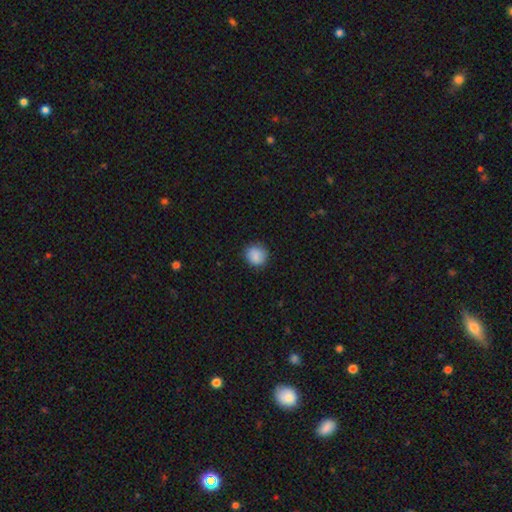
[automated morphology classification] type=smooth (87%); roundness=round (86%); merging=none (85%).